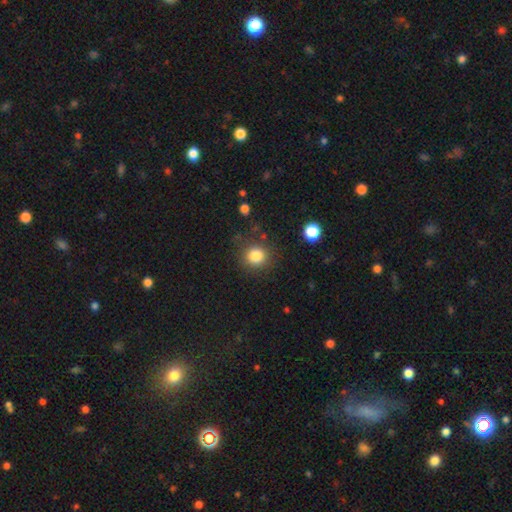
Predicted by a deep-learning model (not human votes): smooth 84%, star or artifact 11%, featured or disk 5%. Down the decision tree: how rounded — round (89%); merging — none (84%).